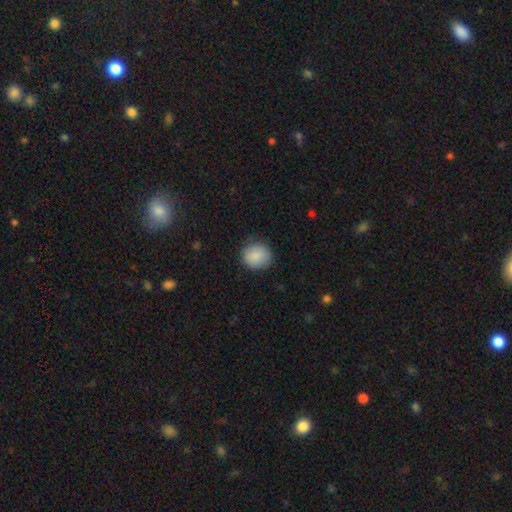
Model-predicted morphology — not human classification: Overall: smooth (87%). How rounded: round (82%). Merging: none (84%).